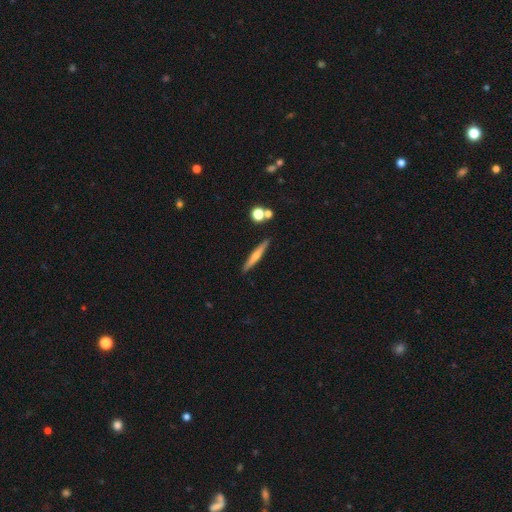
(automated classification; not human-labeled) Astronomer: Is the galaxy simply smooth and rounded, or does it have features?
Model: smooth — 47% (runner-up: featured or disk, 46%).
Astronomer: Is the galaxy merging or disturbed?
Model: none — 88%.